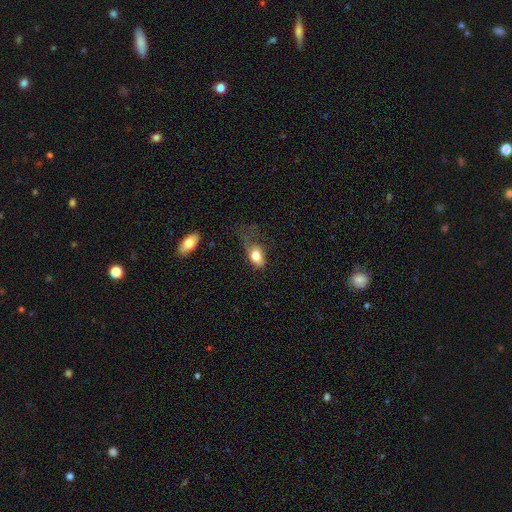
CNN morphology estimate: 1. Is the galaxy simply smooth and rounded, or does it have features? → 78% smooth, 14% featured or disk, 8% star or artifact.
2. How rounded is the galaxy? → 82% in between, 15% round, 3% cigar-shaped.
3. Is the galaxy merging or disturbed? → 41% major disturbance, 28% none, 27% minor disturbance, 3% merger.